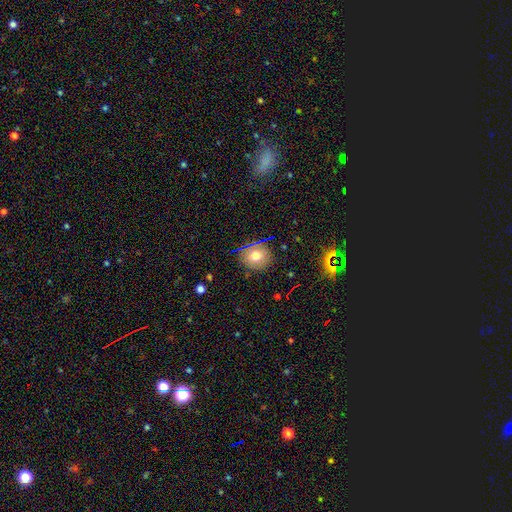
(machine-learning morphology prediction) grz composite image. It shows a smooth galaxy with no disk features (72%) that is round (82%). Merging: none (86%).